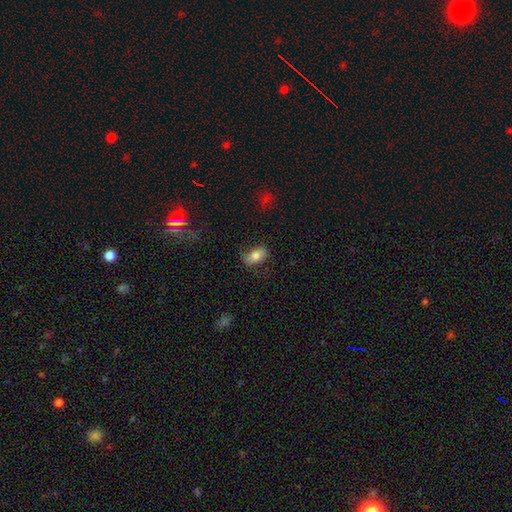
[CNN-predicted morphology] This appears to be a smooth galaxy with no disk features (78%) that is in between round and cigar-shaped (90%). Merging: none (74%).